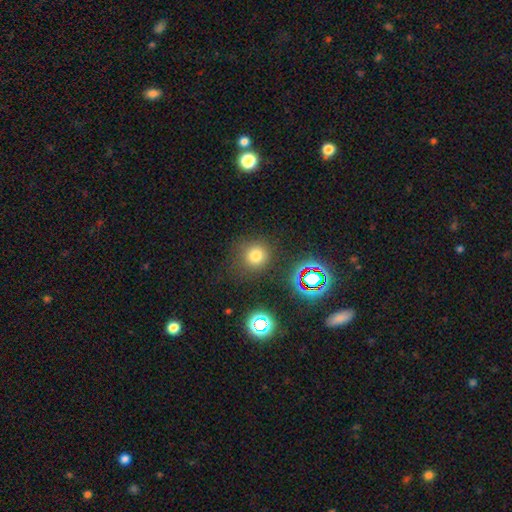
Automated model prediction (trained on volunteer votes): Smooth or featured? Predicted: smooth (p=0.73). How rounded? Predicted: round (p=0.92). Merging? Predicted: none (p=0.83).